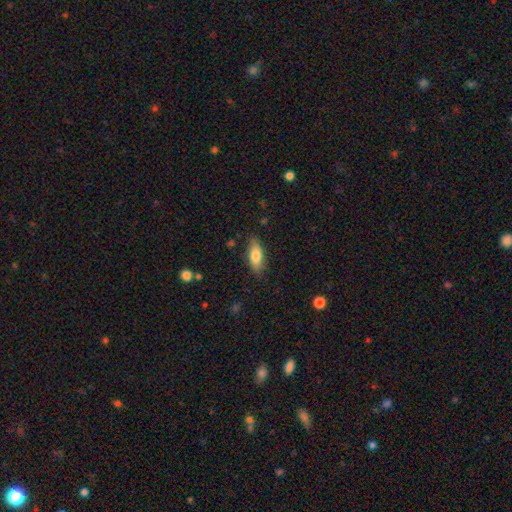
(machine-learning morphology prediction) A smooth galaxy with no disk features (77%) that is in between round and cigar-shaped (75%).

Vote fractions:
- Smooth or featured? smooth: 77% / featured or disk: 17% / star or artifact: 6%
- How rounded? in between: 75% / cigar-shaped: 22% / round: 2%
- Merging? none: 81% / minor disturbance: 15% / major disturbance: 3% / merger: 1%